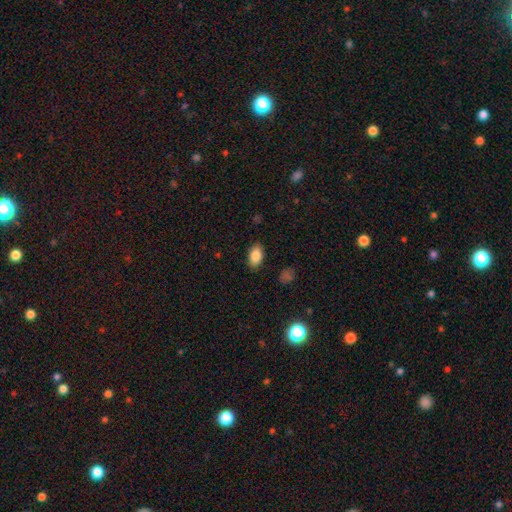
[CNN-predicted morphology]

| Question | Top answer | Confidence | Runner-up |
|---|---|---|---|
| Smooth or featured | smooth | 86% | star or artifact (8%) |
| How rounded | in between | 92% | round (6%) |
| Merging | none | 87% | minor disturbance (9%) |